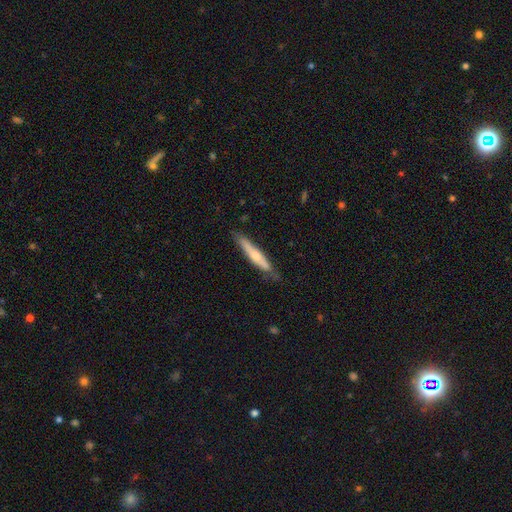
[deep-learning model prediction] This appears to be a smooth galaxy with no disk features (49%). Merging: none (75%).